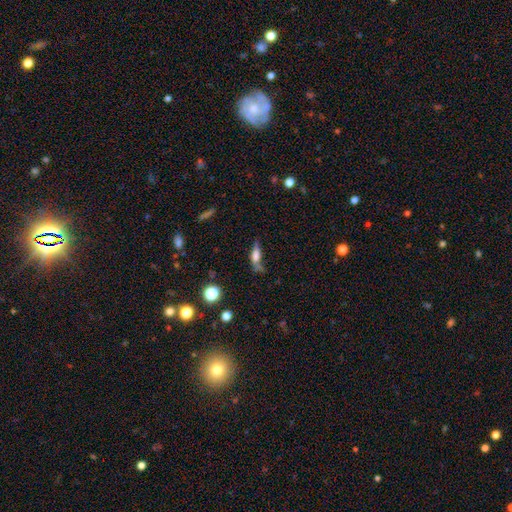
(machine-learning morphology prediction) This is possibly a smooth galaxy (55%). How rounded: possibly in between (48%). Merging: marginally none (43%).